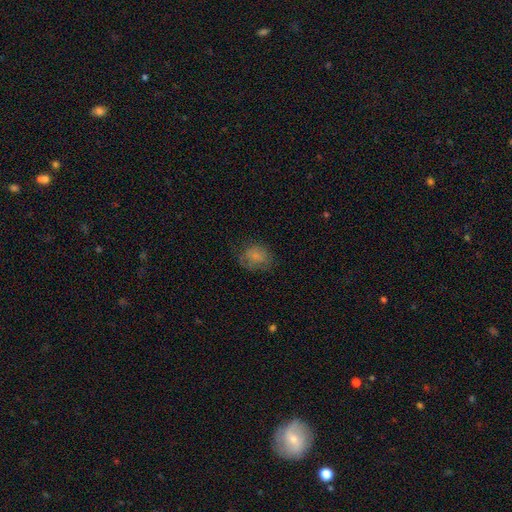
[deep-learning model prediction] A smooth galaxy with no disk features (76%) that is round (60%).

Vote fractions:
- Smooth or featured? smooth: 76% / featured or disk: 14% / star or artifact: 11%
- How rounded? round: 60% / in between: 39% / cigar-shaped: 1%
- Merging? none: 64% / minor disturbance: 23% / major disturbance: 12% / merger: 1%